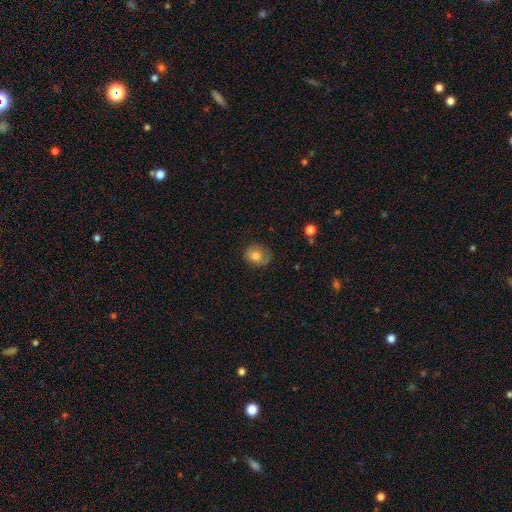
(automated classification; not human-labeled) Smooth or featured? Predicted: smooth (p=0.77). How rounded? Predicted: round (p=0.54). Merging? Predicted: none (p=0.70).